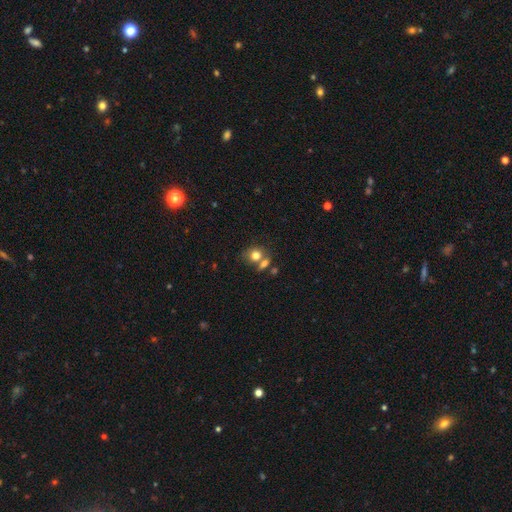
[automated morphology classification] This appears to be a smooth galaxy with no disk features (76%) that is round (61%). Merging: none (45%).